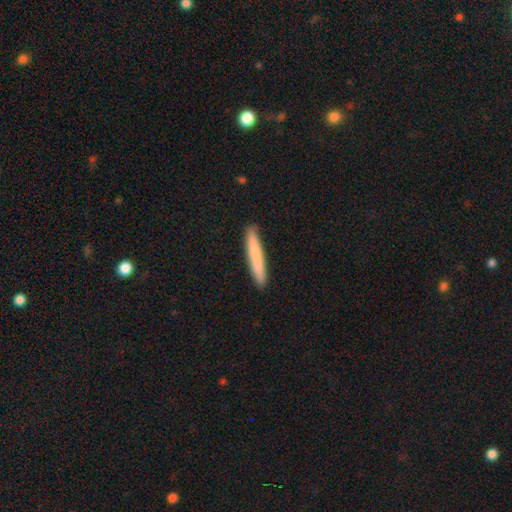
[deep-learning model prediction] smooth 79%, featured or disk 15%, star or artifact 6%. Down the decision tree: how rounded — cigar-shaped (95%); merging — none (91%).